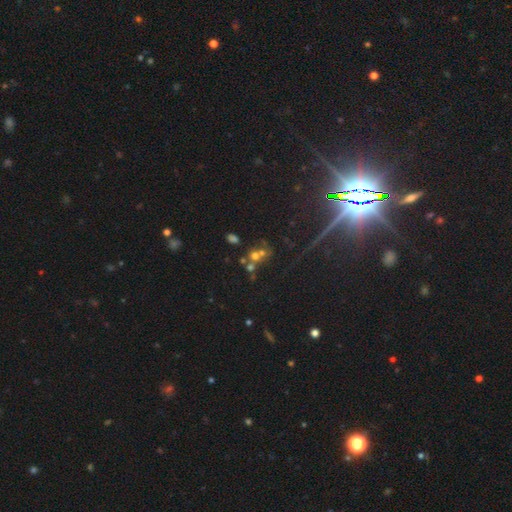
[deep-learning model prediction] Morphology: type=smooth (48%); merging=merger (48%).